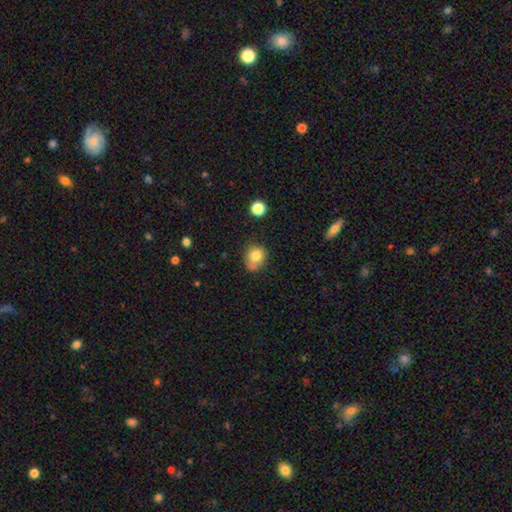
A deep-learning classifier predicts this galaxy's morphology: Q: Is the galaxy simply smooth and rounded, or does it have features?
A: smooth — 79%.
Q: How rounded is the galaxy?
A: round — 70%.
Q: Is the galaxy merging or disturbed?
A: none — 51%.